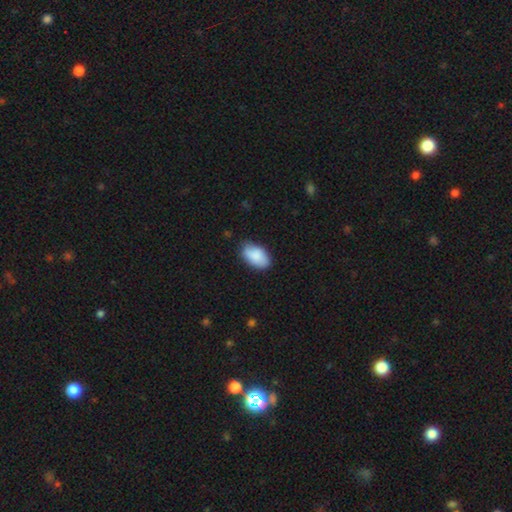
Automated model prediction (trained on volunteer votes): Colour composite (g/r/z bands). It shows a smooth galaxy with no disk features (87%) that is in between round and cigar-shaped (94%). Merging: none (77%).